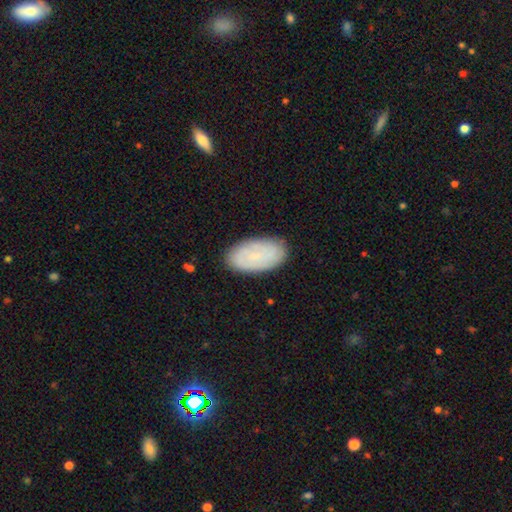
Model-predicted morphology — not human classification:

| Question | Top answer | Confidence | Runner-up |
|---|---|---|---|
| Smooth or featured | smooth | 55% | featured or disk (37%) |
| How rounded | in between | 94% | round (3%) |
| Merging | none | 85% | minor disturbance (11%) |